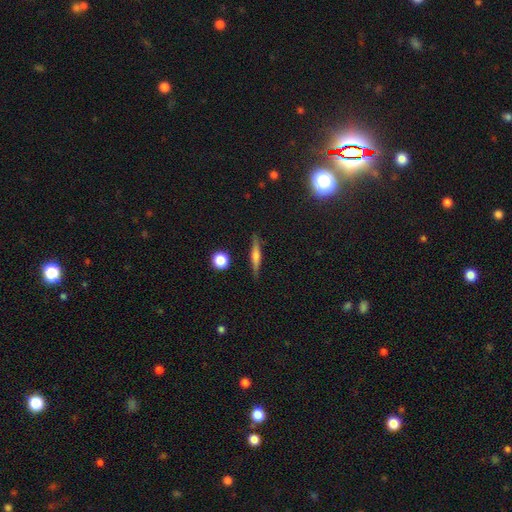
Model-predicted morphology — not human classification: Q: Smooth or featured?
A: featured or disk (47%); runner-up: smooth (44%)
Q: Merging?
A: none (85%); runner-up: minor disturbance (10%)